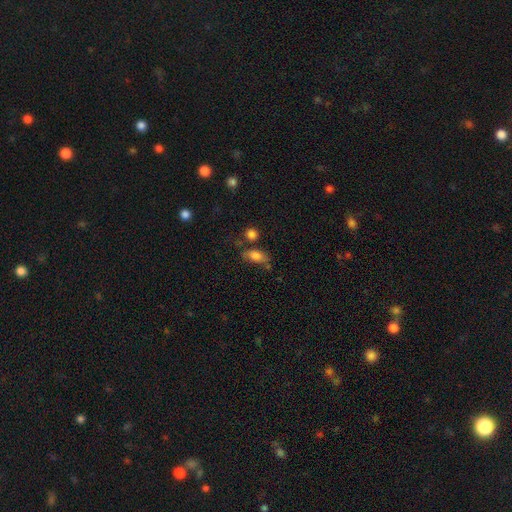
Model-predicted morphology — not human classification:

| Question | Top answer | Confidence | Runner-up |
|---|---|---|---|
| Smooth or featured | smooth | 79% | featured or disk (11%) |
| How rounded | in between | 83% | round (10%) |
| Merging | none | 53% | minor disturbance (23%) |